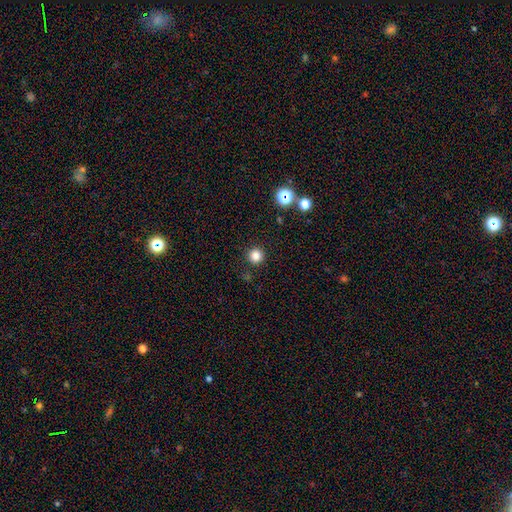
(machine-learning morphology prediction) Q: Smooth or featured?
A: smooth (83%); runner-up: star or artifact (13%)
Q: How rounded?
A: round (96%); runner-up: in between (3%)
Q: Merging?
A: none (92%); runner-up: minor disturbance (5%)